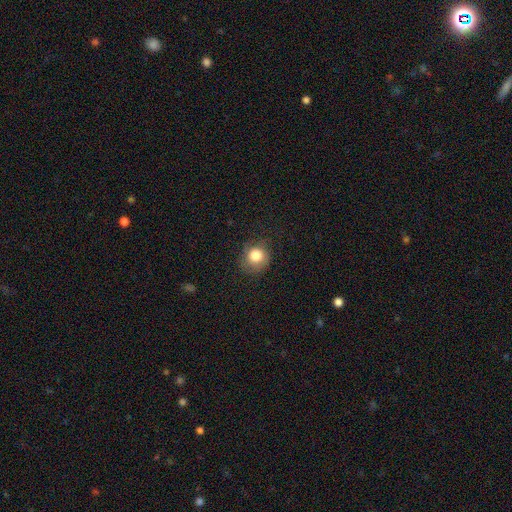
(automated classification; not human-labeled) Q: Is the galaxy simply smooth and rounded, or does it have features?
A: smooth — 80%.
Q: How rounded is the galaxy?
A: round — 83%.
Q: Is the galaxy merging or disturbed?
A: none — 72%.